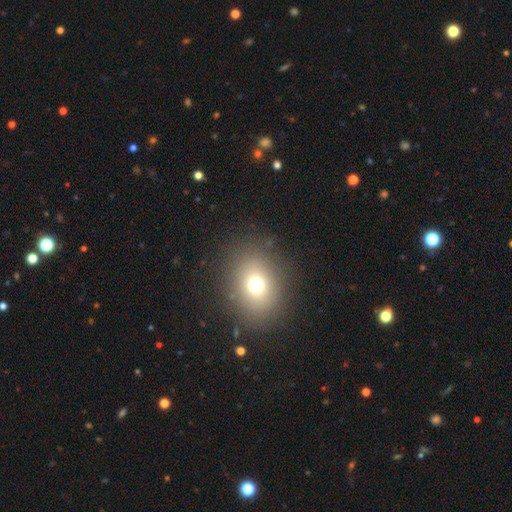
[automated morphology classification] This is likely a smooth galaxy (67%). How rounded: possibly in between (50%). Merging: clearly none (87%).